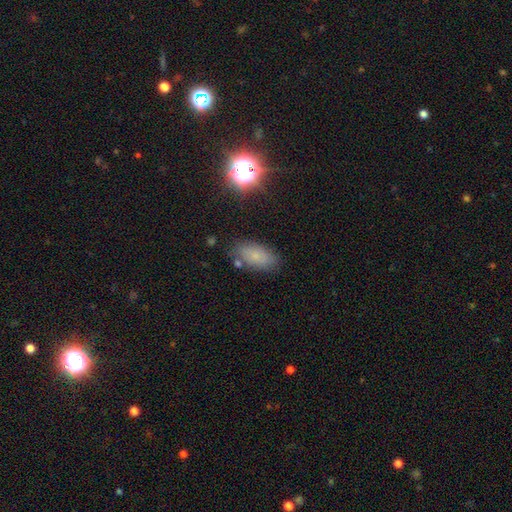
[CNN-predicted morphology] The model was most divided on "smooth or featured": smooth: 70%, star or artifact: 16%, featured or disk: 14%. More confident: how rounded — in between (89%); merging — none (76%).